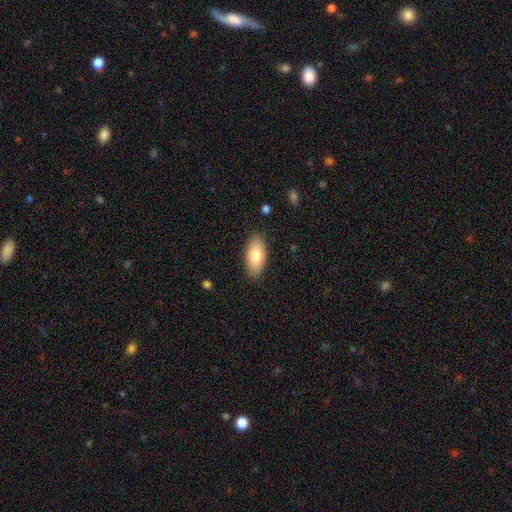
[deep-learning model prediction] Smooth or featured? smooth (78%)
How rounded? in between (90%)
Merging? none (87%)